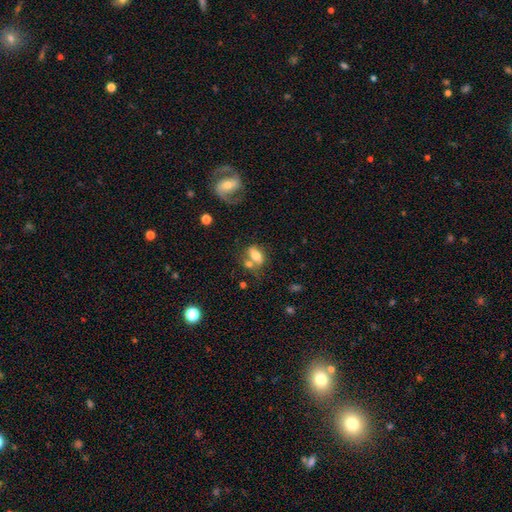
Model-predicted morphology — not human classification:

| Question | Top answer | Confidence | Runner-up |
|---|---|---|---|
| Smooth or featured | smooth | 64% | featured or disk (27%) |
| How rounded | in between | 81% | round (14%) |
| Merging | none | 38% | merger (37%) |